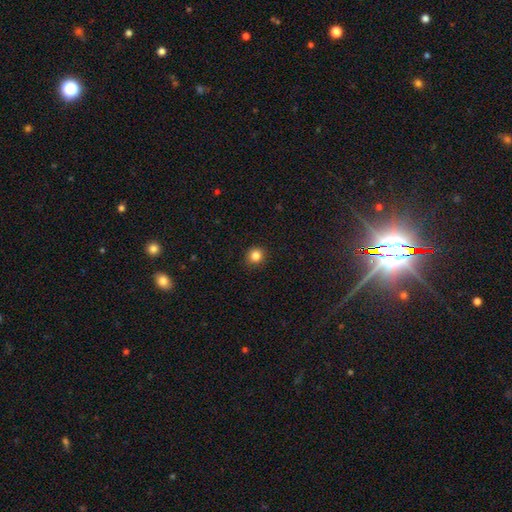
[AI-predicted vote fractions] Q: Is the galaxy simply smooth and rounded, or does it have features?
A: smooth — 84%.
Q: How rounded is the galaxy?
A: round — 91%.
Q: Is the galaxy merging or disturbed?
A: none — 92%.